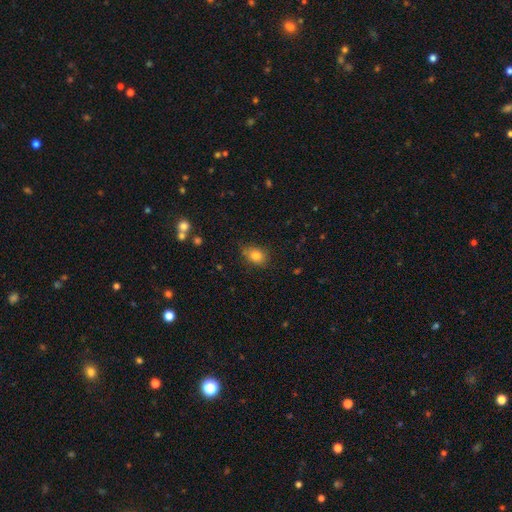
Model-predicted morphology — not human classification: A smooth galaxy with no disk features (81%) that is in between round and cigar-shaped (59%). Merging: none (74%).